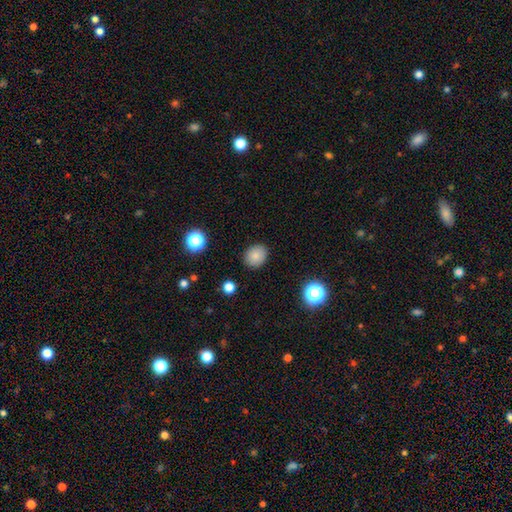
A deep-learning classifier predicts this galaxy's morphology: This appears to be a smooth galaxy with no disk features (82%) that is round (66%). Merging: none (88%).